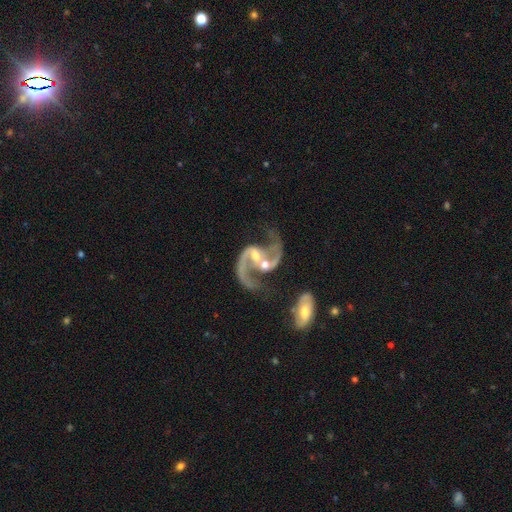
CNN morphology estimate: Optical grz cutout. It shows a featured or disk galaxy (91%) with a weak bar (40%), 2 (91%) loose (52%) spiral arms (97%) and a moderate central bulge (53%). Merging: merger (38%).